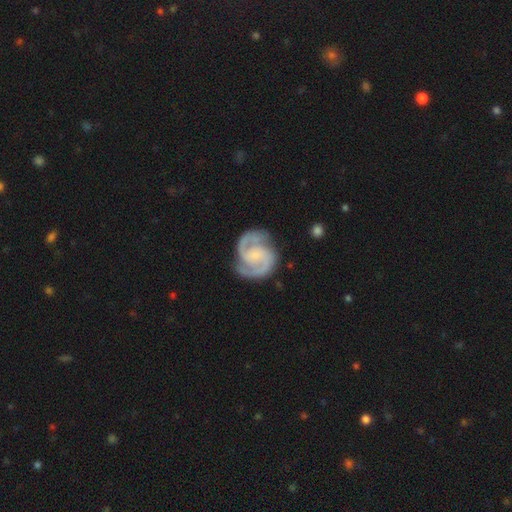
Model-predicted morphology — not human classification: smooth_or_featured: featured or disk (p=0.92) [alt: smooth p=0.04]
disk_edge_on: no (p=0.98) [alt: yes p=0.02]
bar: no (p=0.51) [alt: weak p=0.37]
has_spiral_arms: yes (p=0.98) [alt: no p=0.02]
spiral_winding: medium (p=0.54) [alt: tight p=0.37]
spiral_arm_count: 2 (p=0.92) [alt: 3 p=0.03]
bulge_size: small (p=0.61) [alt: none p=0.19]
merging: none (p=0.79) [alt: minor disturbance p=0.14]